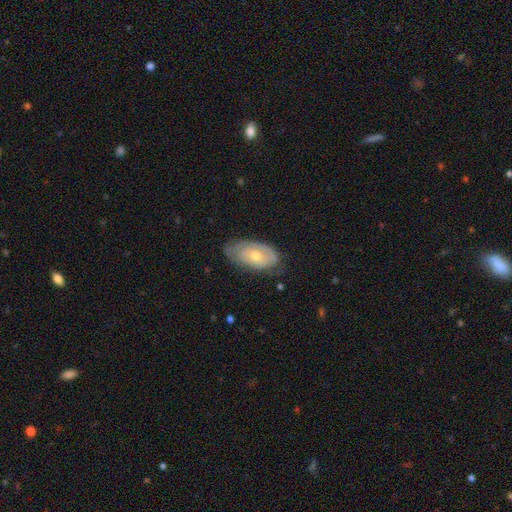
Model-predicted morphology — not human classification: Smooth or featured: featured or disk — 55% (smooth — 39%)
Edge-on disk: no — 89% (yes — 11%)
Merging: none — 64% (minor disturbance — 27%)